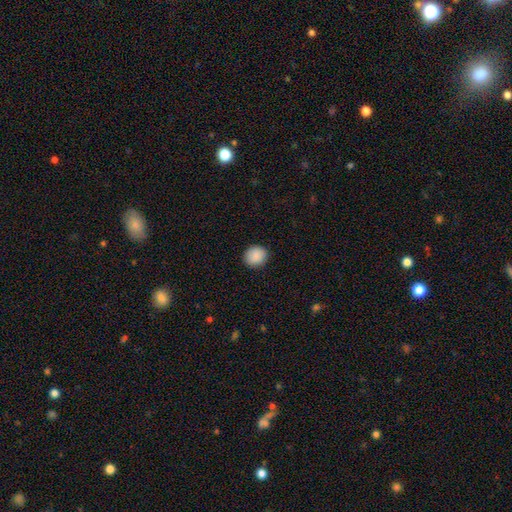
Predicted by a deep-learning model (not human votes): smooth 90%, star or artifact 8%, featured or disk 3%. Down the decision tree: how rounded — round (82%); merging — none (91%).